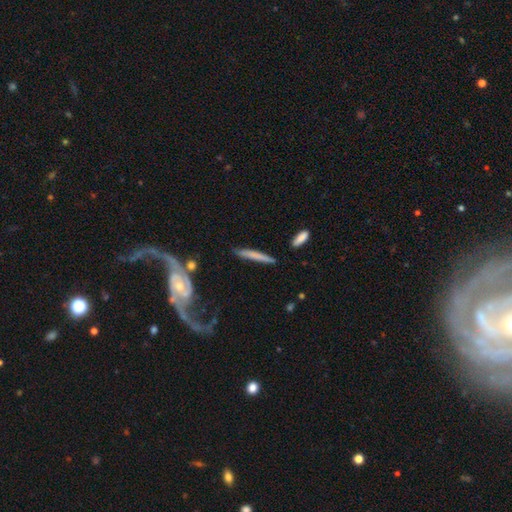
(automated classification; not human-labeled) Smooth or featured? smooth (57%)
How rounded? cigar-shaped (94%)
Merging? none (81%)